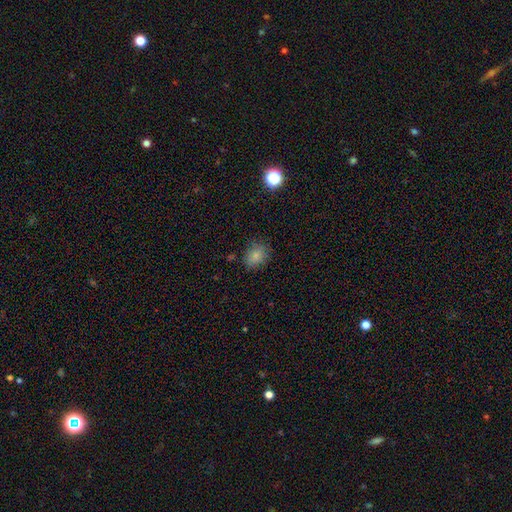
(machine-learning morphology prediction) A smooth galaxy with no disk features (82%) that is in between round and cigar-shaped (53%).

Vote fractions:
- Smooth or featured? smooth: 82% / star or artifact: 11% / featured or disk: 7%
- How rounded? in between: 53% / round: 46% / cigar-shaped: 1%
- Merging? none: 80% / minor disturbance: 14% / major disturbance: 4% / merger: 2%